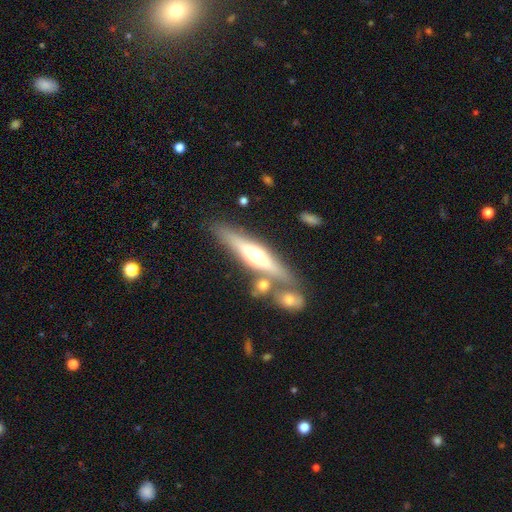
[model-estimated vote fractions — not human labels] smooth-or-featured: featured or disk: 62% | smooth: 31% | star or artifact: 7%
  disk-edge-on: yes: 92% | no: 8%
    edge-on-bulge: rounded: 91% | boxy: 5% | none: 4%
  merging: none: 70% | merger: 17% | minor disturbance: 10% | major disturbance: 4%